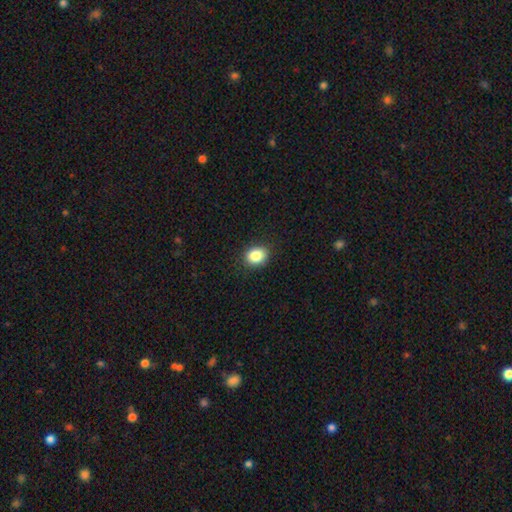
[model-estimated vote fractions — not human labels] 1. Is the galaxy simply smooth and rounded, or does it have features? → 85% smooth, 9% star or artifact, 5% featured or disk.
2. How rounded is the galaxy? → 52% round, 47% in between, 1% cigar-shaped.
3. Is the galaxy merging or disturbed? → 89% none, 8% minor disturbance, 2% major disturbance, 1% merger.